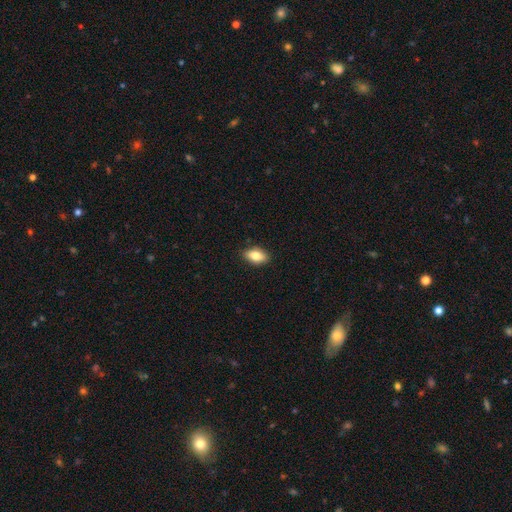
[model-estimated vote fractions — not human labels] smooth 83%, featured or disk 10%, star or artifact 7%. Down the decision tree: how rounded — in between (90%); merging — none (88%).